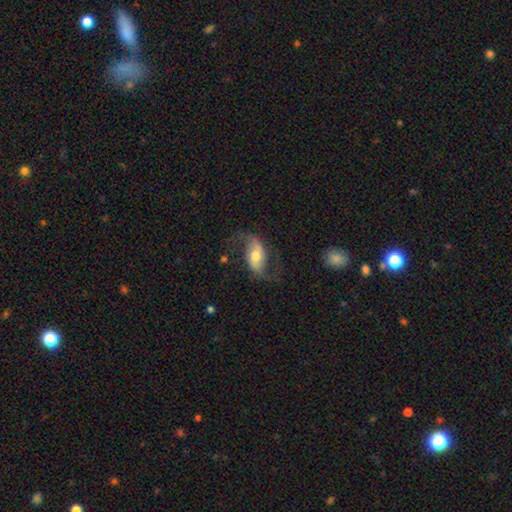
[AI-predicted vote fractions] smooth_or_featured: featured or disk (p=0.77) [alt: smooth p=0.17]
disk_edge_on: no (p=0.95) [alt: yes p=0.05]
bar: weak (p=0.39) [alt: no p=0.32]
has_spiral_arms: yes (p=0.92) [alt: no p=0.08]
spiral_winding: loose (p=0.70) [alt: medium p=0.24]
spiral_arm_count: 2 (p=0.92) [alt: can't tell p=0.03]
bulge_size: moderate (p=0.67) [alt: small p=0.19]
merging: none (p=0.68) [alt: minor disturbance p=0.17]